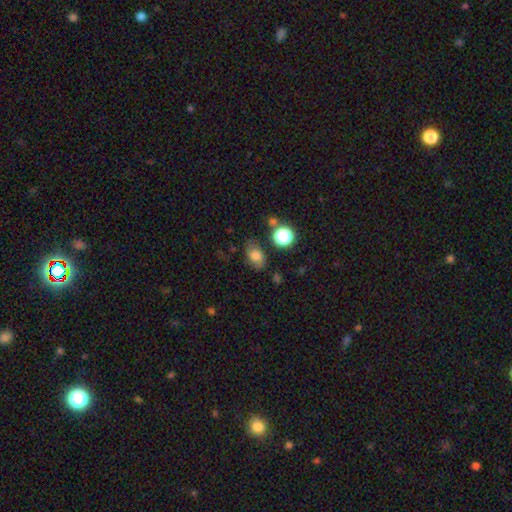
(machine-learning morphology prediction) Smooth or featured? Predicted: smooth (p=0.74). How rounded? Predicted: in between (p=0.78). Merging? Predicted: none (p=0.72).